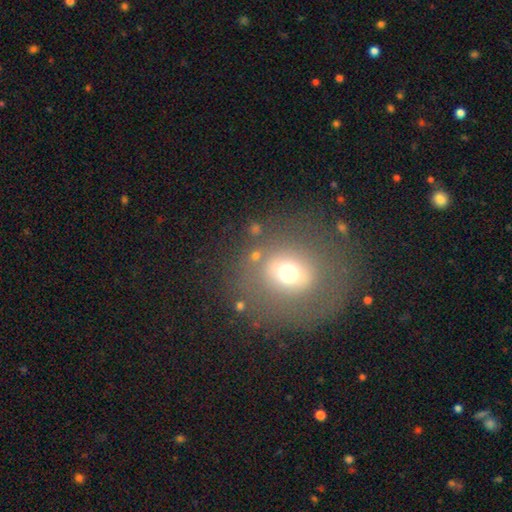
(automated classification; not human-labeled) A smooth galaxy with no disk features (58%) that is round (79%). Merging: none (72%).